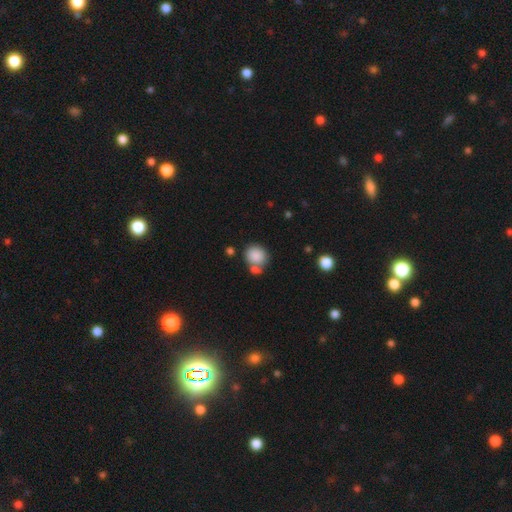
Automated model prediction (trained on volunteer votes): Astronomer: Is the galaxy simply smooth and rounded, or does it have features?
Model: smooth — 86%.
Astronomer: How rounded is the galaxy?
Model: round — 80%.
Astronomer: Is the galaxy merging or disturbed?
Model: none — 55%.